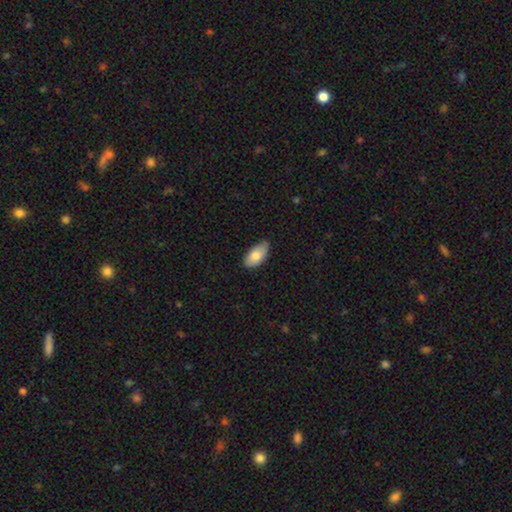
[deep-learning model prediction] Morphology: type=smooth (81%); roundness=in between (94%); merging=none (73%).